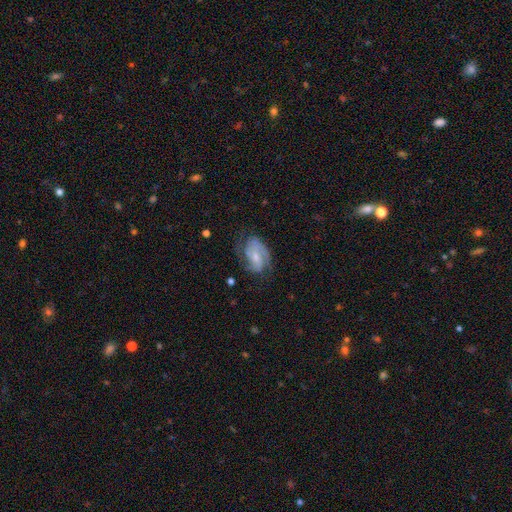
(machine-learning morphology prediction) featured or disk 75%, smooth 18%, star or artifact 6%. Down the decision tree: edge-on disk — no (97%); bar — no (52%); spiral arms — yes (93%); spiral arm count — 2 (60%); spiral winding — medium (44%); bulge size — small (52%); merging — none (60%).